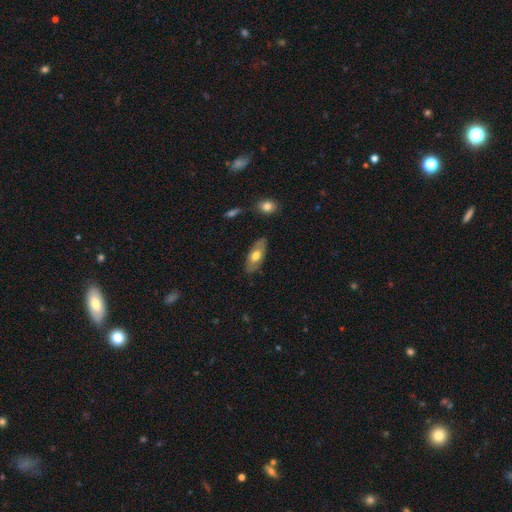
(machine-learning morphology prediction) This appears to be a smooth galaxy with no disk features (59%) that is in between round and cigar-shaped (83%). Merging: none (80%).